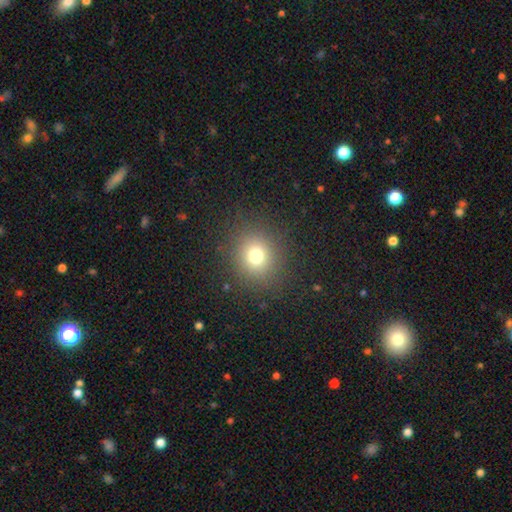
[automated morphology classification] Smooth or featured? smooth (74%)
How rounded? round (85%)
Merging? none (87%)